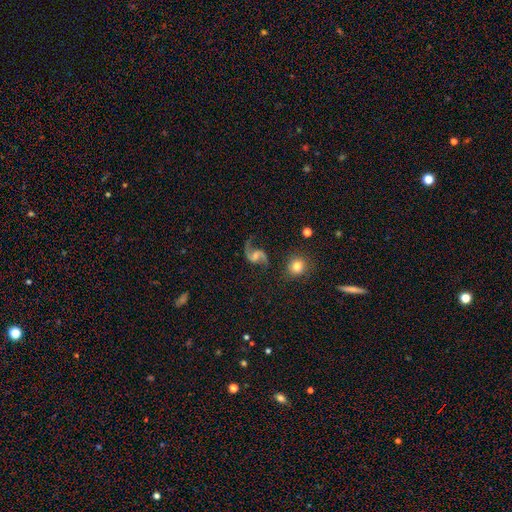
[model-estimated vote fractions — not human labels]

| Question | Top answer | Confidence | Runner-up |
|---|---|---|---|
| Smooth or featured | featured or disk | 90% | star or artifact (5%) |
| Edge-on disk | no | 98% | yes (2%) |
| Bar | weak | 43% | no (42%) |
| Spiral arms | yes | 97% | no (3%) |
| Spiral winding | loose | 75% | medium (22%) |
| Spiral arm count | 2 | 92% | 1 (4%) |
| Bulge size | small | 49% | moderate (32%) |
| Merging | none | 72% | minor disturbance (14%) |